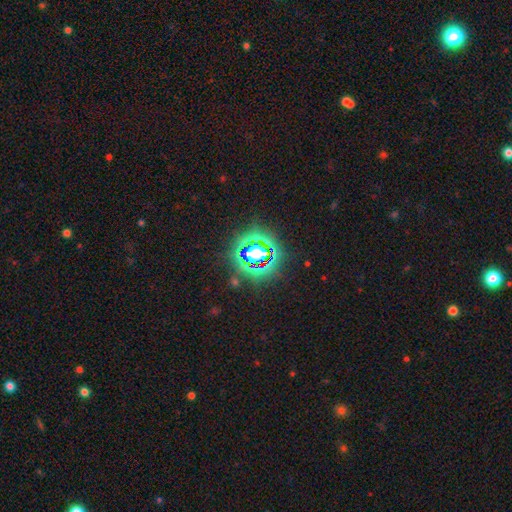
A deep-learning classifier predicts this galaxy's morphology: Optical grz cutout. It shows a star or artifact, not a galaxy (75%).